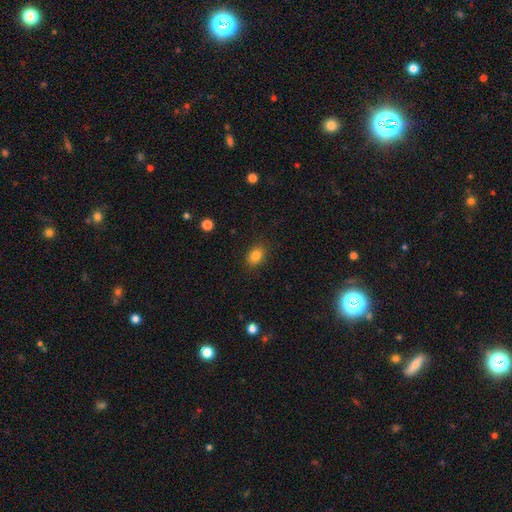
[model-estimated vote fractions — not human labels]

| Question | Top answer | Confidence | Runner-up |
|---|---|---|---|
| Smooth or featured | smooth | 84% | star or artifact (10%) |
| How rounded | in between | 74% | round (25%) |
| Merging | none | 87% | minor disturbance (9%) |